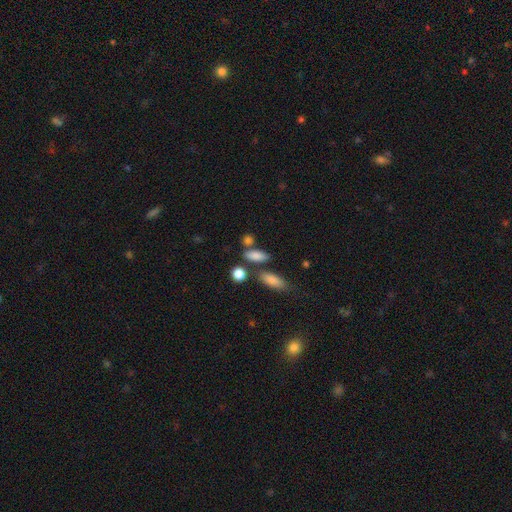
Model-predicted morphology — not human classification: smooth_or_featured: smooth (p=0.83) [alt: star or artifact p=0.09]
how_rounded: in between (p=0.71) [alt: cigar-shaped p=0.18]
merging: none (p=0.67) [alt: merger p=0.15]